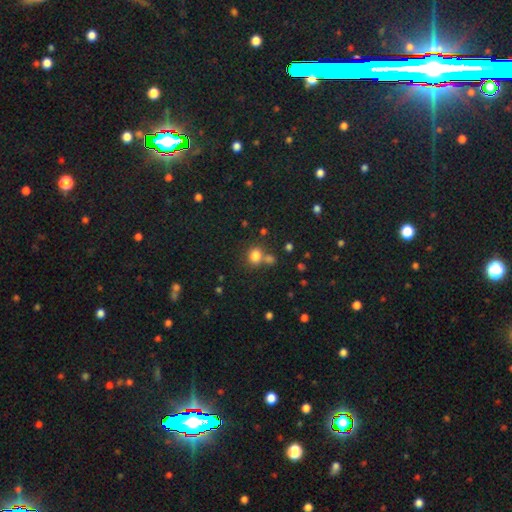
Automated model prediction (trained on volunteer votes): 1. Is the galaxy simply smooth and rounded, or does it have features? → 79% smooth, 15% star or artifact, 6% featured or disk.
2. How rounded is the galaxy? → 70% round, 29% in between, 1% cigar-shaped.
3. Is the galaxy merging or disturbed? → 60% none, 25% merger, 10% minor disturbance, 4% major disturbance.